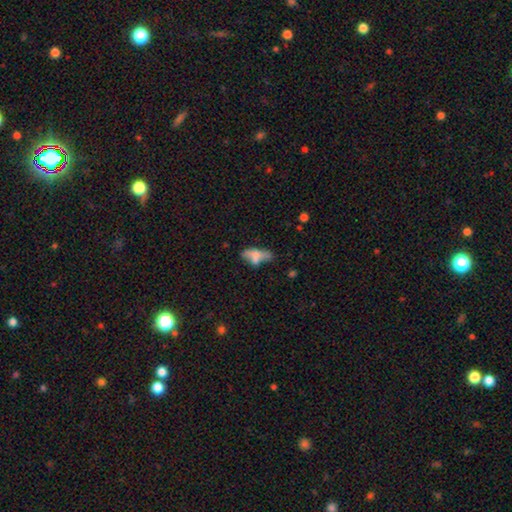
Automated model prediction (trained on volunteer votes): Smooth or featured? smooth (60%)
How rounded? in between (63%)
Merging? none (37%)